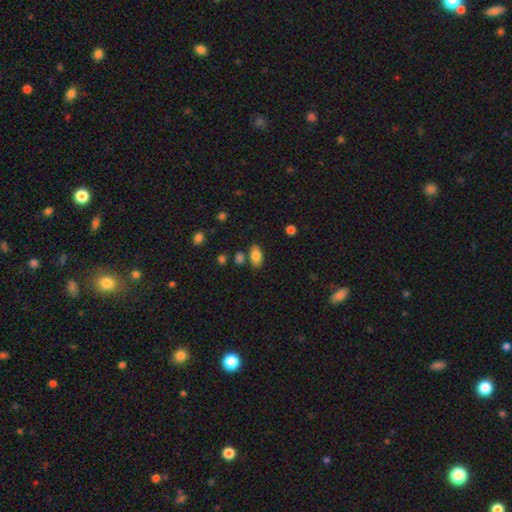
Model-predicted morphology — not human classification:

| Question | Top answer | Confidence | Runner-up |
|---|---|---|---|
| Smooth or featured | smooth | 84% | star or artifact (9%) |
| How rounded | in between | 91% | round (6%) |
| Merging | none | 74% | minor disturbance (14%) |